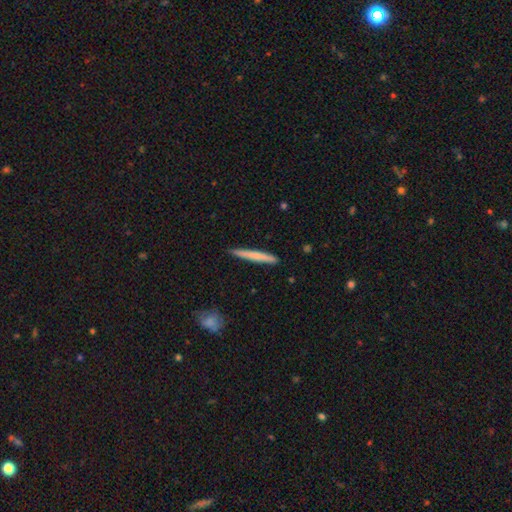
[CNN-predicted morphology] A smooth galaxy with no disk features (67%) that is cigar-shaped (96%). Merging: none (90%).